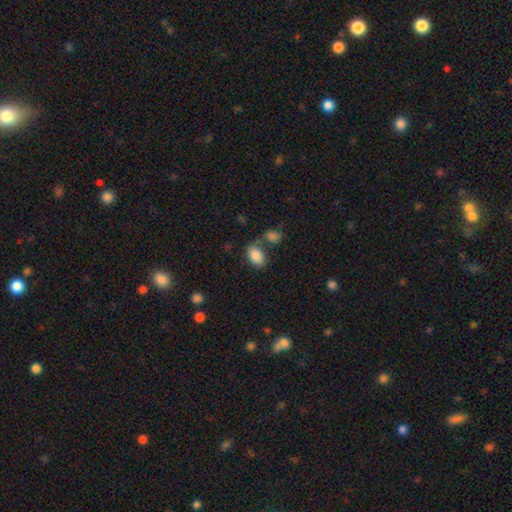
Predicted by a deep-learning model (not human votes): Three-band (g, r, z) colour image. It shows a smooth galaxy with no disk features (86%) that is in between round and cigar-shaped (90%). Merging: none (57%).